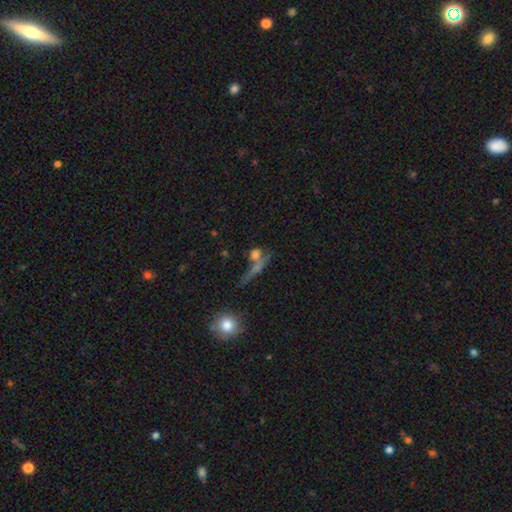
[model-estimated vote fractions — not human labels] This is possibly a smooth galaxy (53%). How rounded: possibly round (46%). Merging: possibly none (50%).